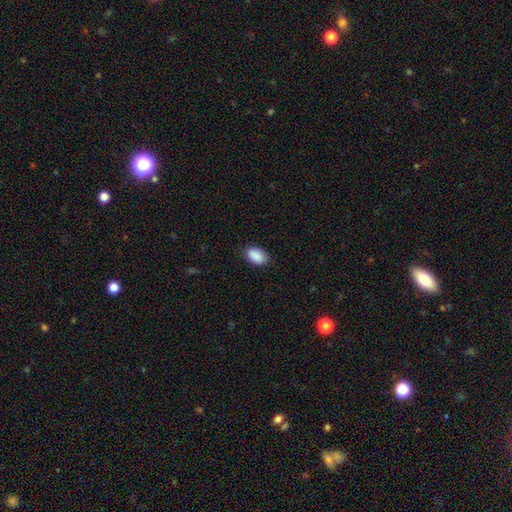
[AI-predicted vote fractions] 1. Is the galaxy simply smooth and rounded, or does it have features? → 90% smooth, 7% star or artifact, 3% featured or disk.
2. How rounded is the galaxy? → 90% in between, 8% round, 1% cigar-shaped.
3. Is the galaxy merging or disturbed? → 83% none, 13% minor disturbance, 3% major disturbance, 1% merger.